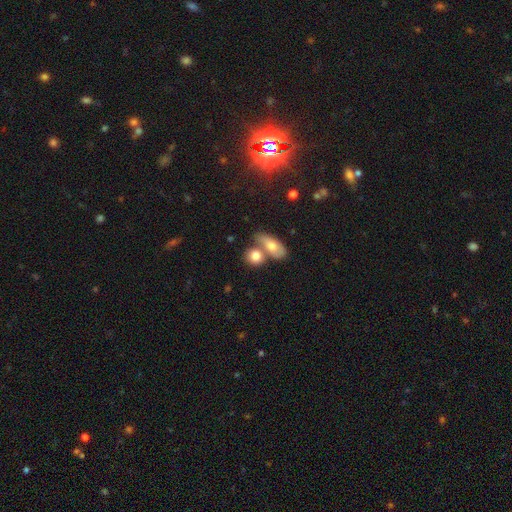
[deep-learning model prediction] smooth-or-featured: smooth: 78% | featured or disk: 15% | star or artifact: 7%
  how-rounded: in between: 51% | round: 45% | cigar-shaped: 4%
  merging: merger: 48% | none: 39% | minor disturbance: 9% | major disturbance: 4%